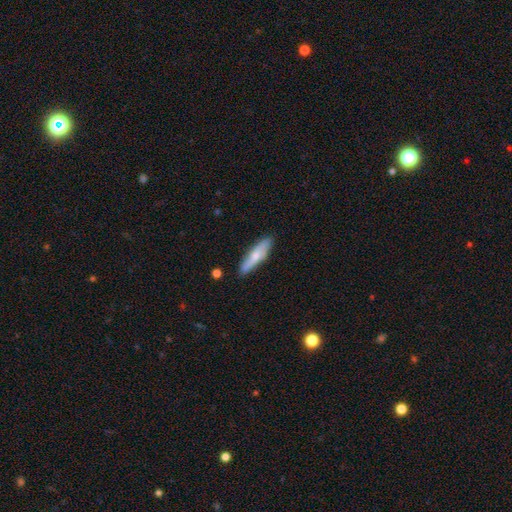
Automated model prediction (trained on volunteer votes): Morphology: type=smooth (64%); roundness=cigar-shaped (71%); merging=none (83%).